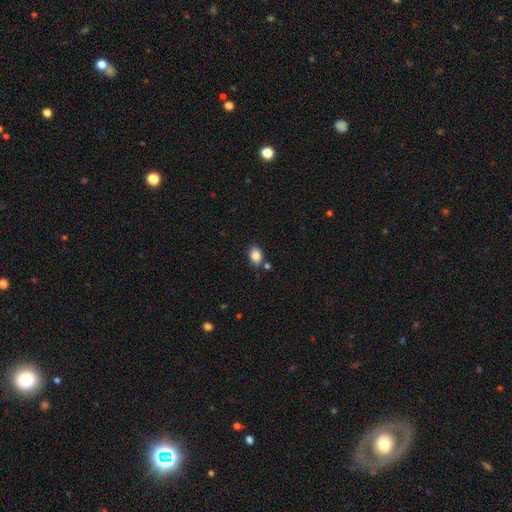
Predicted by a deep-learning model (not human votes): Smooth or featured? smooth (85%)
How rounded? in between (71%)
Merging? none (78%)